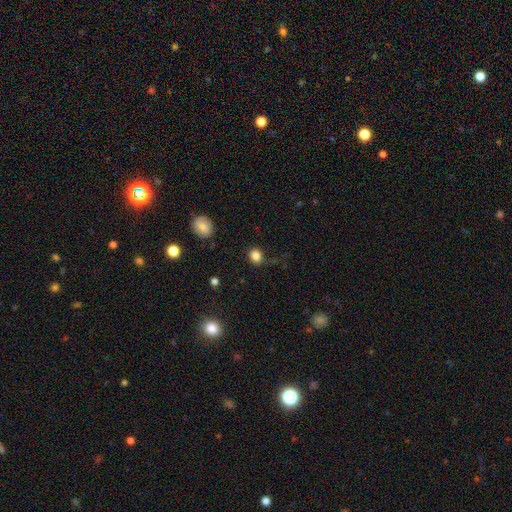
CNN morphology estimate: Q: Smooth or featured?
A: smooth (84%); runner-up: star or artifact (11%)
Q: How rounded?
A: round (62%); runner-up: in between (36%)
Q: Merging?
A: none (79%); runner-up: minor disturbance (14%)